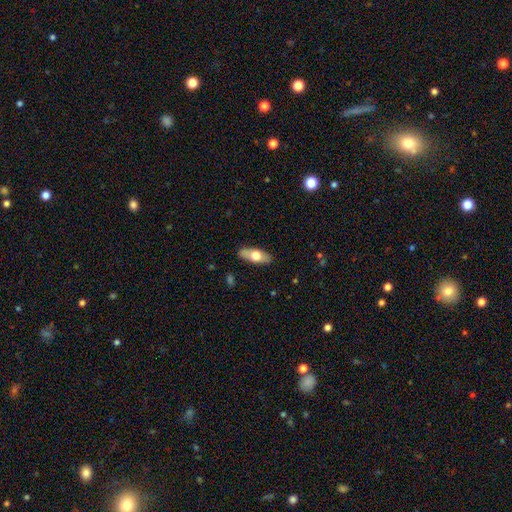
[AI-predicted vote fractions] Smooth or featured: smooth — 61% (featured or disk — 33%)
How rounded: in between — 73% (cigar-shaped — 24%)
Merging: none — 86% (minor disturbance — 11%)